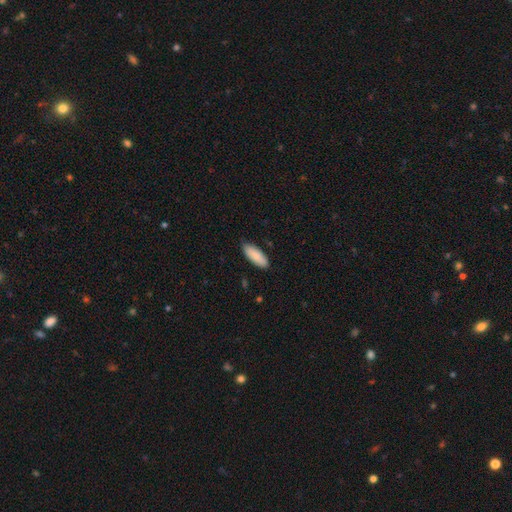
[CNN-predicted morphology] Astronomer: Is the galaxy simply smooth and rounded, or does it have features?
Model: smooth — 87%.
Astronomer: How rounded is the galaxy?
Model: in between — 76%.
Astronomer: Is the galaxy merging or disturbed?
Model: none — 82%.